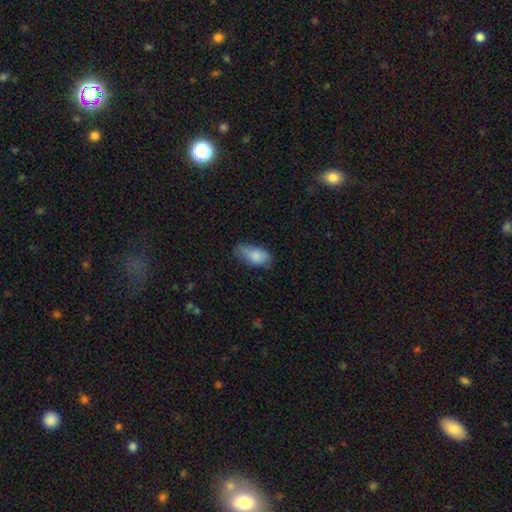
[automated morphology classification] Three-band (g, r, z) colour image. It shows a smooth galaxy with no disk features (83%) that is in between round and cigar-shaped (90%). Merging: none (55%).